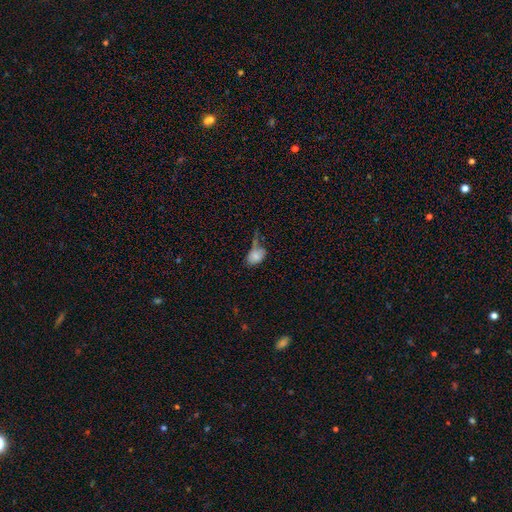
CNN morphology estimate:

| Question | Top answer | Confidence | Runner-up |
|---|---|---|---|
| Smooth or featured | smooth | 77% | featured or disk (13%) |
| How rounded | in between | 84% | round (14%) |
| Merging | none | 34% | minor disturbance (27%) |